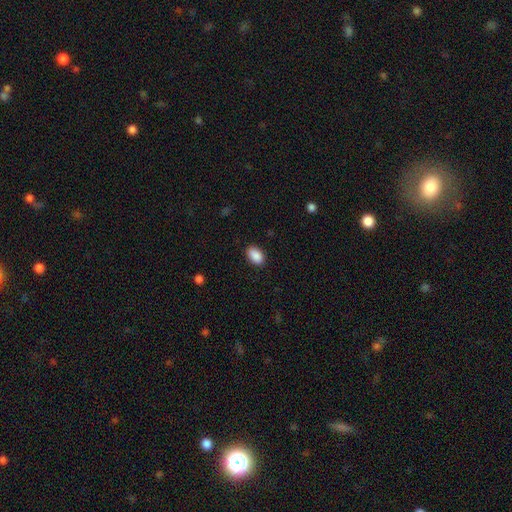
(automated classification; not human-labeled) This appears to be a smooth galaxy with no disk features (90%) that is in between round and cigar-shaped (91%). Merging: none (87%).